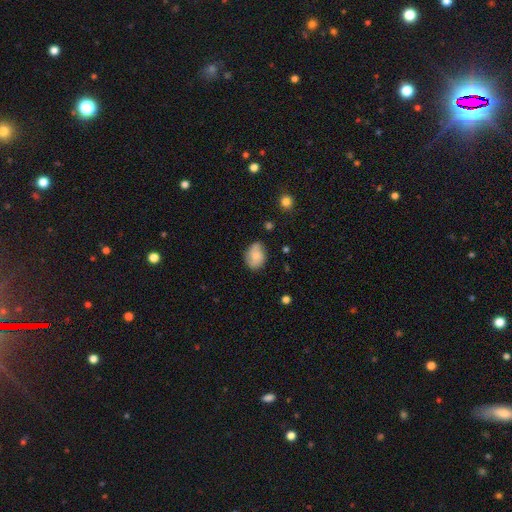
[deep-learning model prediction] Smooth or featured?
  - smooth: 69% *
  - featured or disk: 23%
  - star or artifact: 8%
How rounded?
  - in between: 70% *
  - round: 29%
  - cigar-shaped: 1%
Merging?
  - none: 69% *
  - minor disturbance: 24%
  - major disturbance: 5%
  - merger: 2%